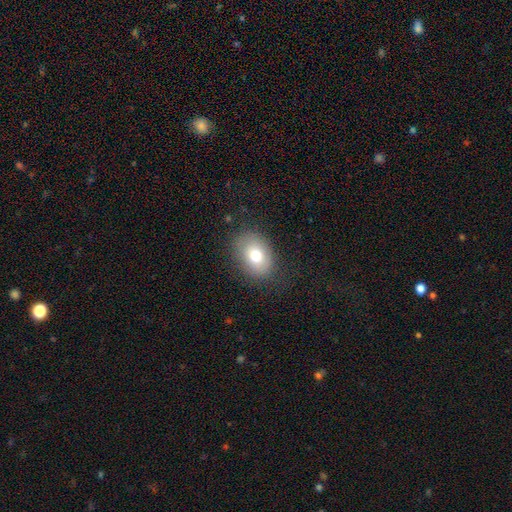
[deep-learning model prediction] smooth_or_featured: smooth (p=0.73) [alt: featured or disk p=0.17]
how_rounded: in between (p=0.72) [alt: round p=0.27]
merging: none (p=0.82) [alt: minor disturbance p=0.13]